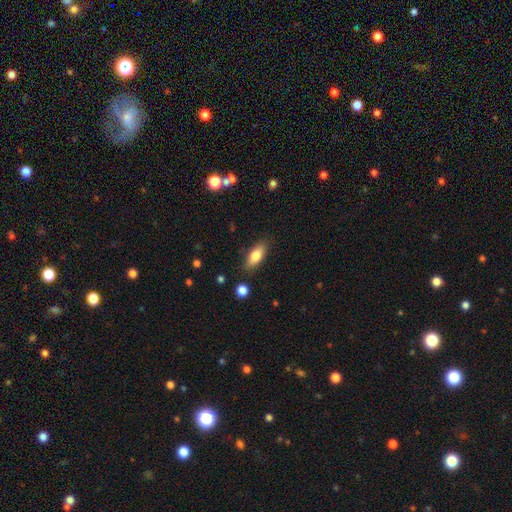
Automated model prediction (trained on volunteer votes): Q: Smooth or featured?
A: smooth (81%); runner-up: featured or disk (12%)
Q: How rounded?
A: in between (79%); runner-up: cigar-shaped (18%)
Q: Merging?
A: none (84%); runner-up: minor disturbance (11%)